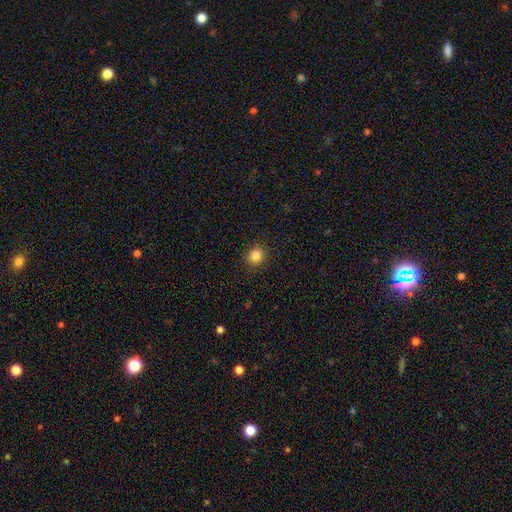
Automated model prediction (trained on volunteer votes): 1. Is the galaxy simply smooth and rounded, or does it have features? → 84% smooth, 11% star or artifact, 4% featured or disk.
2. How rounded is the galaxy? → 86% round, 13% in between, 1% cigar-shaped.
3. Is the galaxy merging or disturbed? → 91% none, 6% minor disturbance, 2% major disturbance, 1% merger.